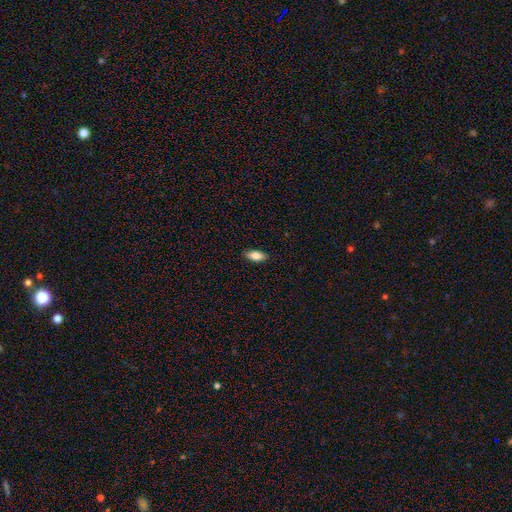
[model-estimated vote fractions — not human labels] Overall: smooth (80%). How rounded: in between (86%). Merging: none (89%).